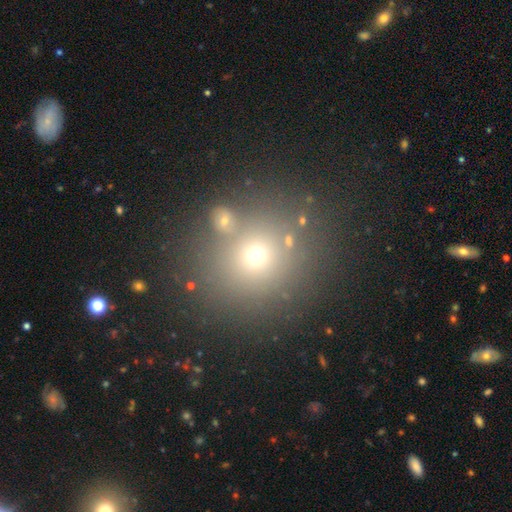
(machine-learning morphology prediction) Smooth or featured: smooth — 59% (star or artifact — 29%)
How rounded: round — 87% (in between — 12%)
Merging: none — 76% (merger — 11%)